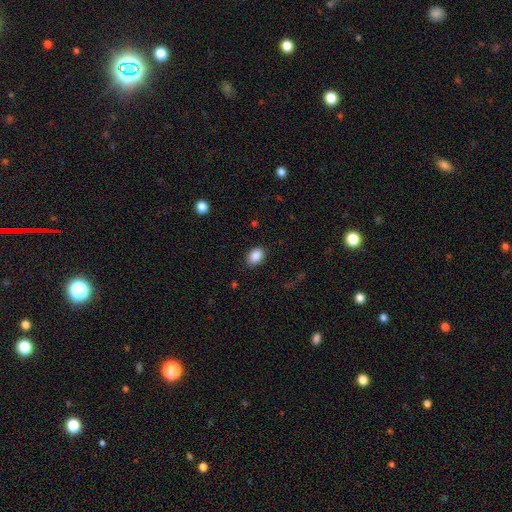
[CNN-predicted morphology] Smooth or featured? smooth (88%)
How rounded? in between (81%)
Merging? none (86%)